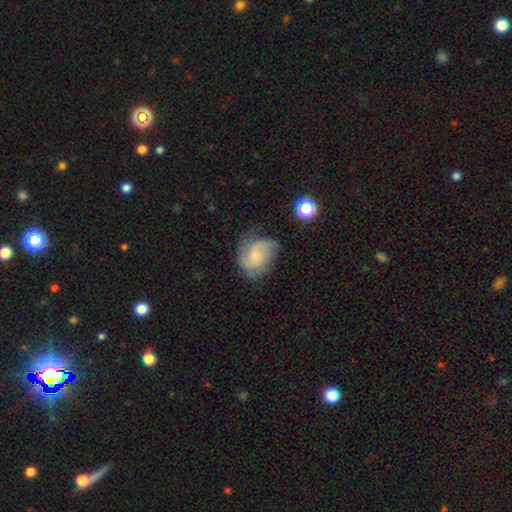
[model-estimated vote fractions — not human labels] smooth-or-featured: featured or disk: 76% | smooth: 17% | star or artifact: 7%
  disk-edge-on: no: 98% | yes: 2%
    bar: no: 58% | weak: 37% | strong: 5%
    has-spiral-arms: yes: 95% | no: 5%
      spiral-winding: medium: 51% | tight: 26% | loose: 23%
      spiral-arm-count: 2: 71% | 3: 12% | can't tell: 10% | 1: 4% | 4: 2% | more than 4: 2%
    bulge-size: small: 49% | moderate: 24% | none: 23% | large: 3% | dominant: 1%
  merging: none: 63% | minor disturbance: 24% | major disturbance: 12% | merger: 2%